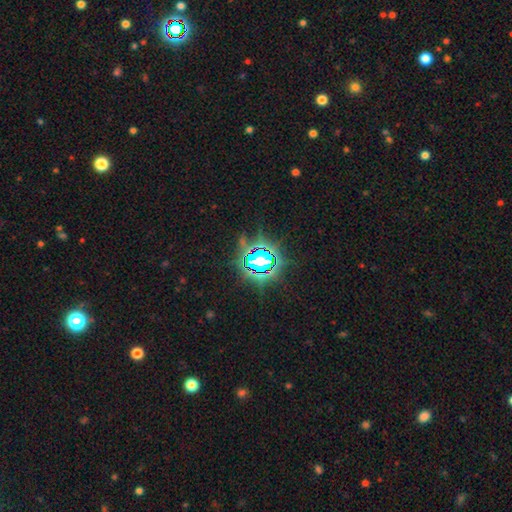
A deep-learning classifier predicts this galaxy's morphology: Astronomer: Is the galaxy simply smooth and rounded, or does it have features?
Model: star or artifact — 80%.